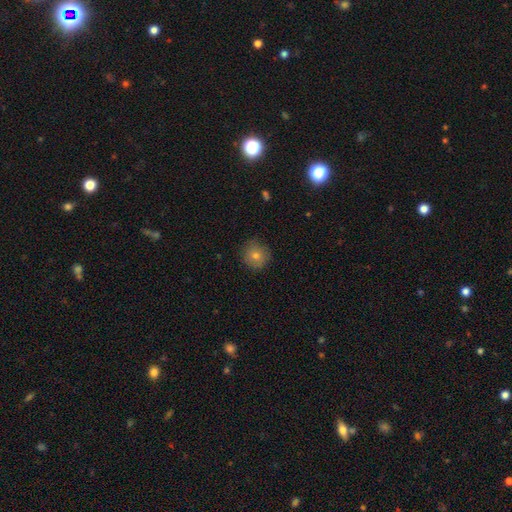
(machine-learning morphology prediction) type=smooth (72%); roundness=round (94%); merging=none (88%).